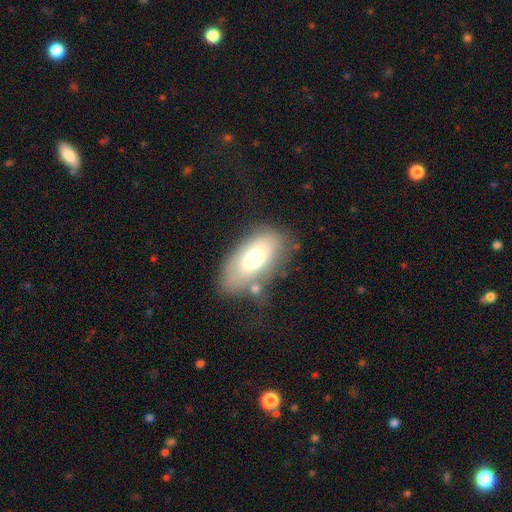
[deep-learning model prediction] Q: Smooth or featured?
A: smooth (63%); runner-up: featured or disk (29%)
Q: How rounded?
A: in between (91%); runner-up: cigar-shaped (5%)
Q: Merging?
A: none (59%); runner-up: minor disturbance (22%)